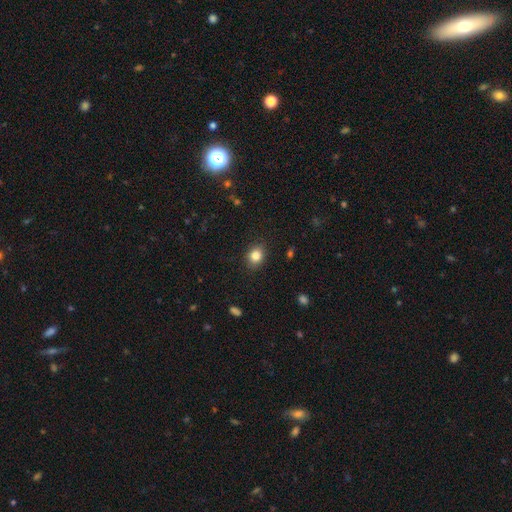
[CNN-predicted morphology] smooth 83%, star or artifact 11%, featured or disk 6%. Down the decision tree: how rounded — round (57%); merging — none (88%).